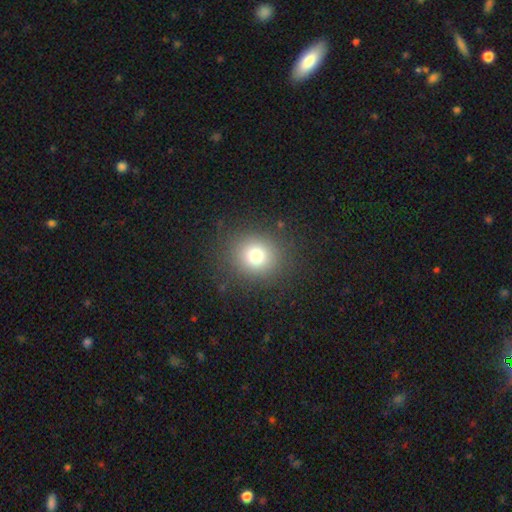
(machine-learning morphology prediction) This appears to be a smooth galaxy with no disk features (75%) that is round (85%). Merging: none (87%).